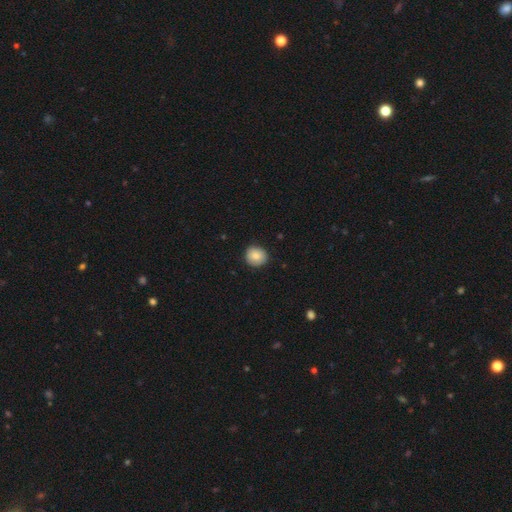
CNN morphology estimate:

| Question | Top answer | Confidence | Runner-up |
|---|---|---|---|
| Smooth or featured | smooth | 82% | featured or disk (10%) |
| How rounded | round | 89% | in between (11%) |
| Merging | none | 87% | minor disturbance (10%) |